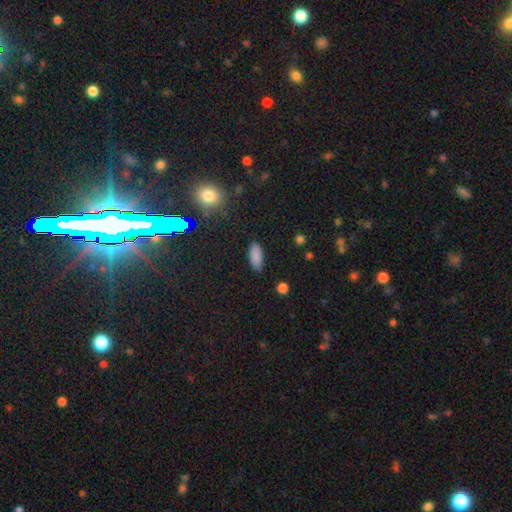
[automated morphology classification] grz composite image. It shows a smooth galaxy with no disk features (85%) that is in between round and cigar-shaped (83%). Merging: none (84%).